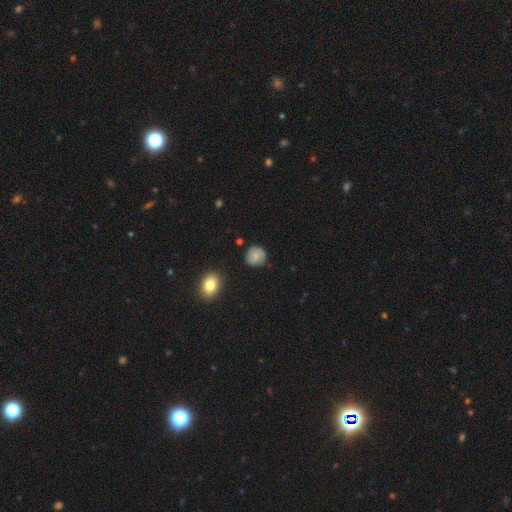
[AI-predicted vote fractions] smooth-or-featured: smooth: 61% | featured or disk: 30% | star or artifact: 9%
  how-rounded: round: 82% | in between: 17% | cigar-shaped: 1%
  merging: none: 76% | minor disturbance: 18% | major disturbance: 4% | merger: 2%